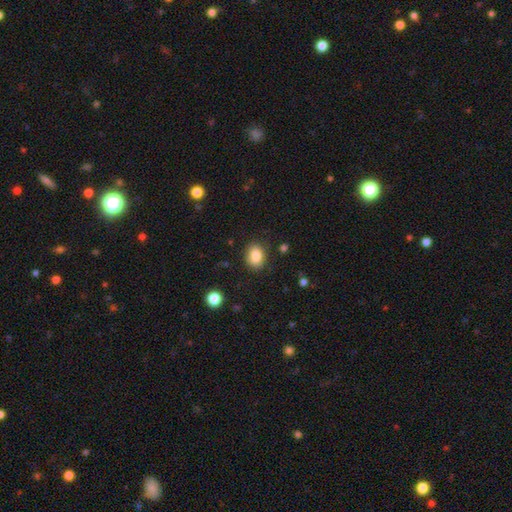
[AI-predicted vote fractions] smooth-or-featured: smooth: 86% | star or artifact: 9% | featured or disk: 5%
  how-rounded: in between: 62% | round: 37% | cigar-shaped: 1%
  merging: none: 83% | minor disturbance: 12% | major disturbance: 3% | merger: 2%